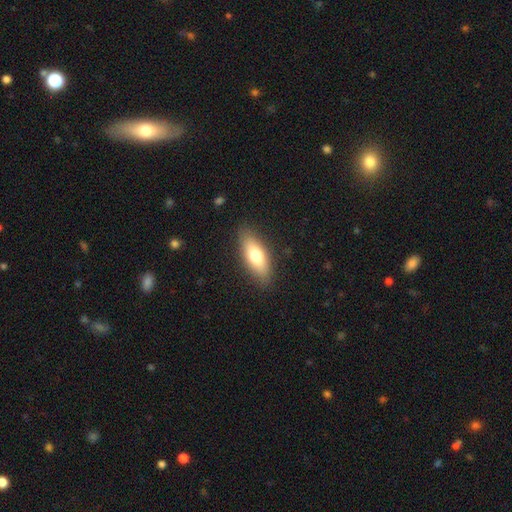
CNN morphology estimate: smooth_or_featured: smooth (p=0.73) [alt: featured or disk p=0.21]
how_rounded: in between (p=0.73) [alt: cigar-shaped p=0.24]
merging: none (p=0.86) [alt: minor disturbance p=0.10]